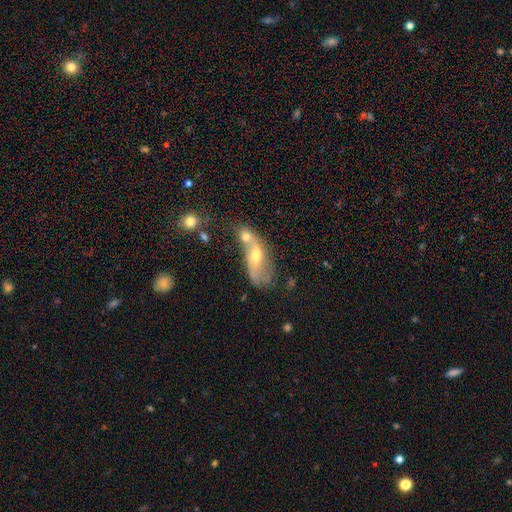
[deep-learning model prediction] This appears to be a featured or disk galaxy (57%). Merging: merger (52%).